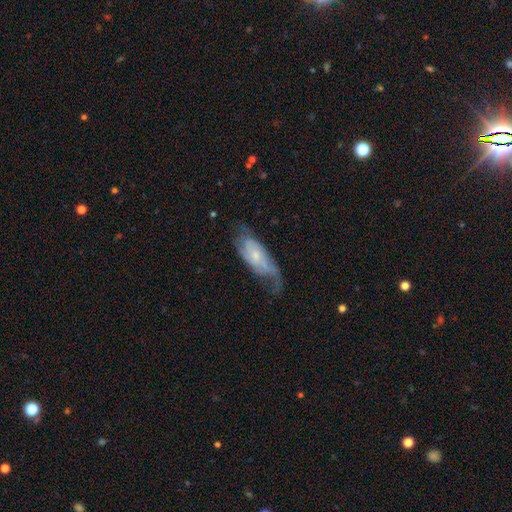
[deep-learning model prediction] Smooth or featured? featured or disk (68%)
Edge-on disk? no (88%)
Bar? no (69%)
Spiral arms? yes (85%)
Spiral winding? medium (41%)
Spiral arm count? 2 (53%)
Bulge size? small (67%)
Merging? none (48%)